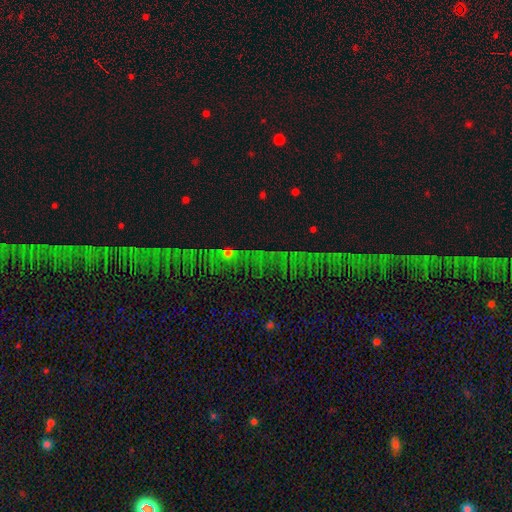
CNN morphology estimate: Smooth or featured: star or artifact — 70% (featured or disk — 19%)